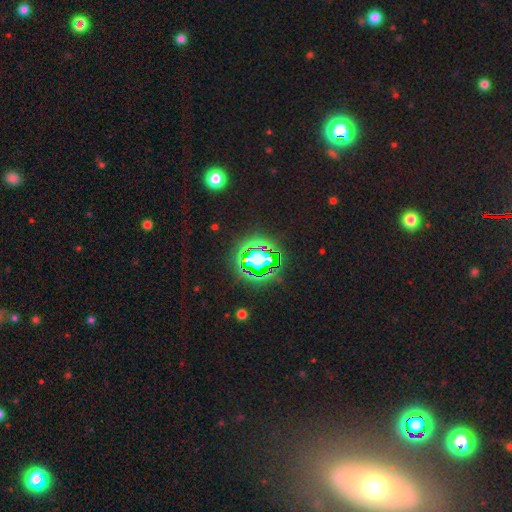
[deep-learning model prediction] Overall: star or artifact (72%).